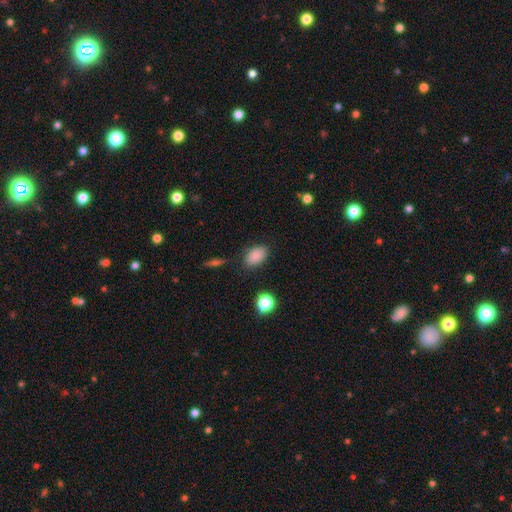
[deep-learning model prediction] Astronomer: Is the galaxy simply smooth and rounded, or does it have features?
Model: smooth — 86%.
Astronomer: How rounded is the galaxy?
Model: in between — 87%.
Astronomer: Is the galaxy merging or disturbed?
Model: none — 82%.